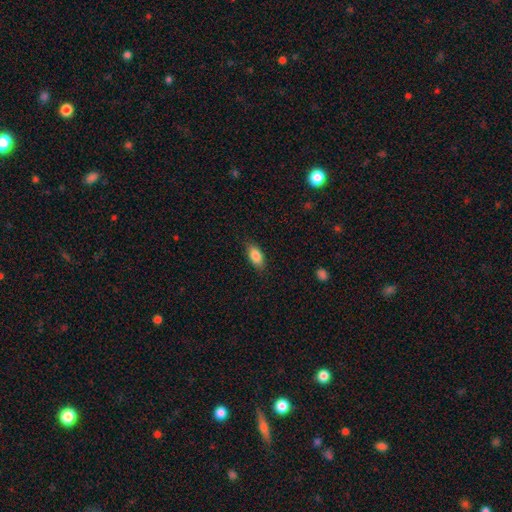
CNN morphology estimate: Overall: smooth (85%). How rounded: in between (87%). Merging: none (84%).